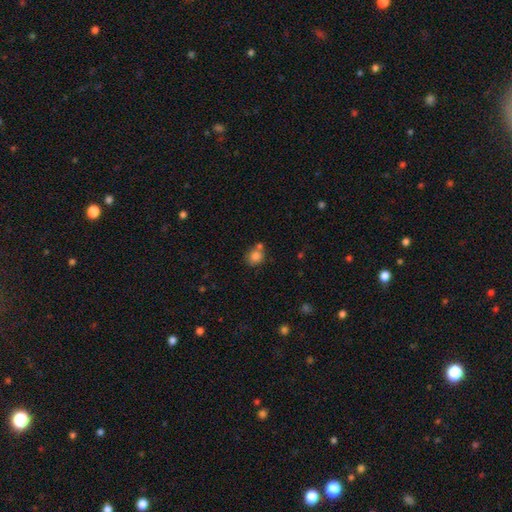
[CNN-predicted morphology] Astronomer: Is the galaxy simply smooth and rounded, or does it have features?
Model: smooth — 83%.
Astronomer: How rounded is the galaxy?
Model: round — 76%.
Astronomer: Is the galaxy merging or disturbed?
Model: none — 57%.